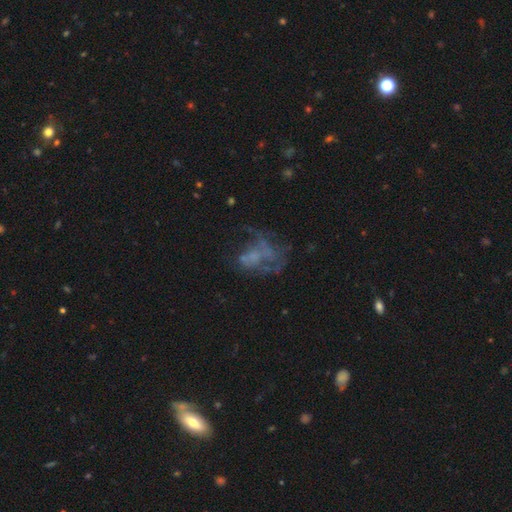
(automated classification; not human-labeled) Morphology: type=featured or disk (54%); edge-on=no (98%); bar=no (87%); spiral arms=no (78%); bulge=none (74%); merging=major disturbance (43%).